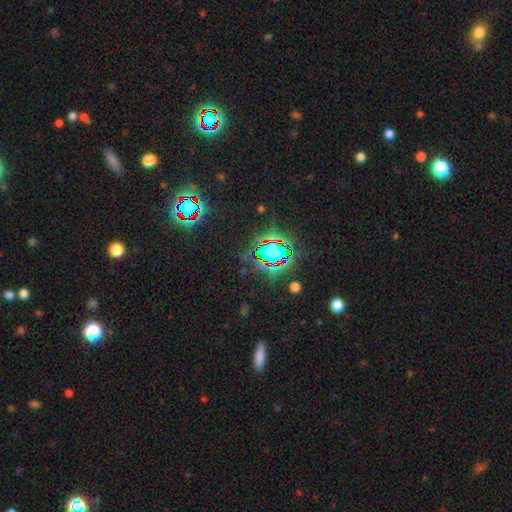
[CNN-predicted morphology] Q: Smooth or featured?
A: star or artifact (79%); runner-up: smooth (12%)